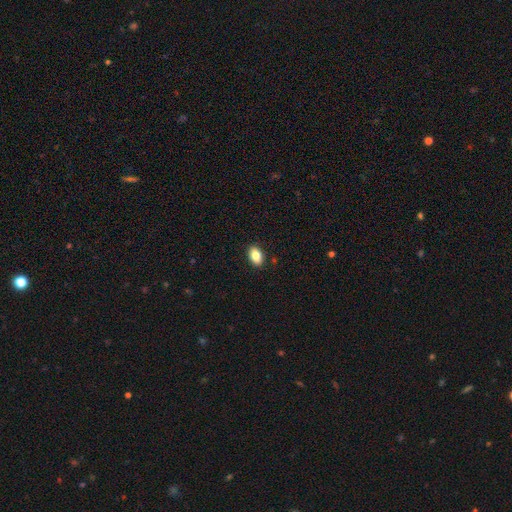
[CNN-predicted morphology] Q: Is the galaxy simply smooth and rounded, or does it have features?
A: smooth — 85%.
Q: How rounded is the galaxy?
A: in between — 89%.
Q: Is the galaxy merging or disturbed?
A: none — 90%.